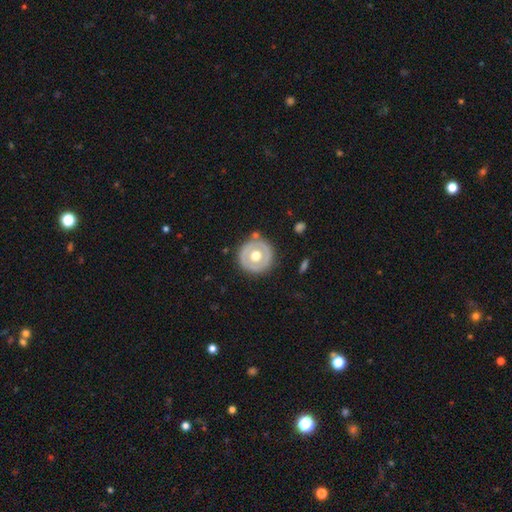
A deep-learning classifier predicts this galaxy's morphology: This is possibly a featured or disk galaxy (51%). It is clearly not viewed edge-on (94%). Merging: clearly none (83%).